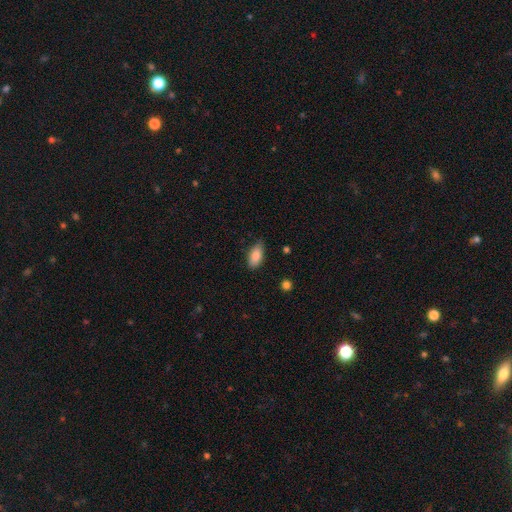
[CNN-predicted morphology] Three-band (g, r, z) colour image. It shows a smooth galaxy with no disk features (85%) that is in between round and cigar-shaped (91%). Merging: none (79%).